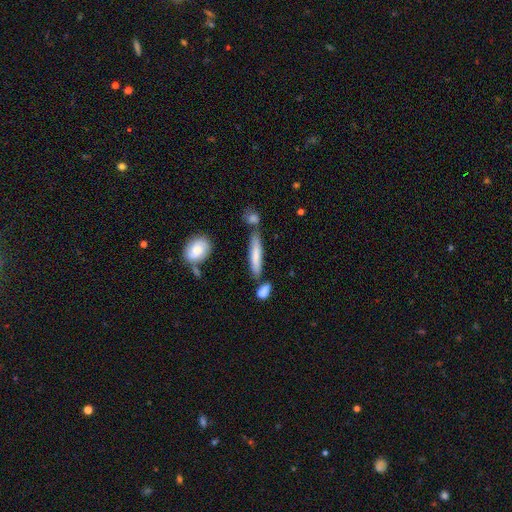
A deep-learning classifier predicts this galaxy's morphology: Q: Smooth or featured?
A: smooth (66%); runner-up: featured or disk (25%)
Q: How rounded?
A: cigar-shaped (85%); runner-up: in between (12%)
Q: Merging?
A: none (73%); runner-up: minor disturbance (14%)